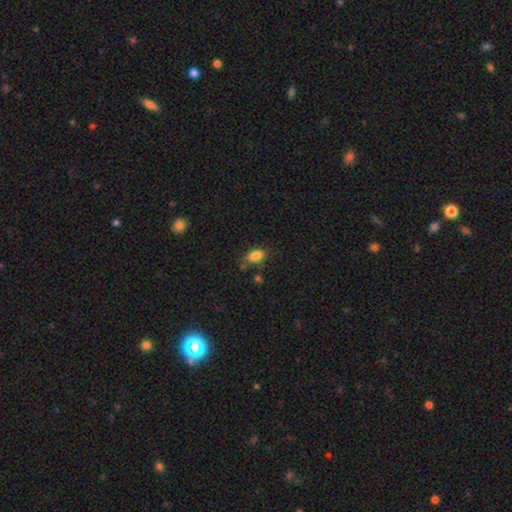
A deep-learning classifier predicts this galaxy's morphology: Smooth or featured: smooth — 84% (star or artifact — 9%)
How rounded: in between — 87% (round — 10%)
Merging: none — 66% (minor disturbance — 20%)